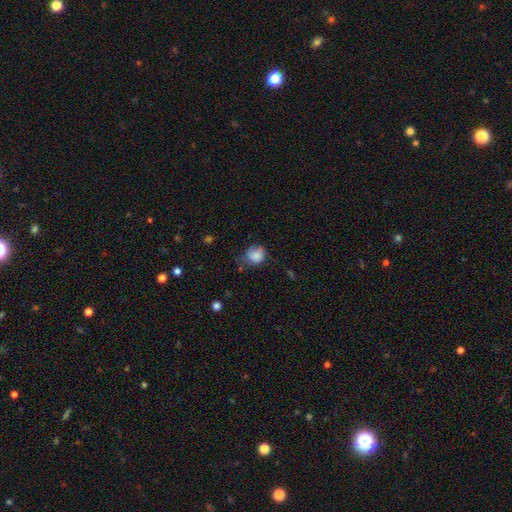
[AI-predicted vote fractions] Morphology: type=smooth (80%); roundness=round (70%); merging=none (43%).